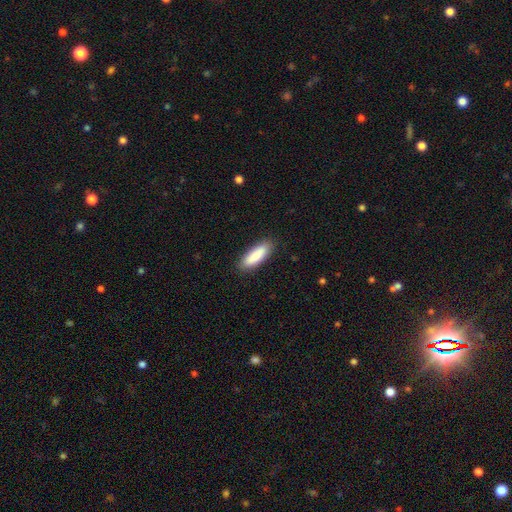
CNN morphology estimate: Overall: smooth (87%). How rounded: in between (57%; cigar-shaped 41%). Merging: none (87%).